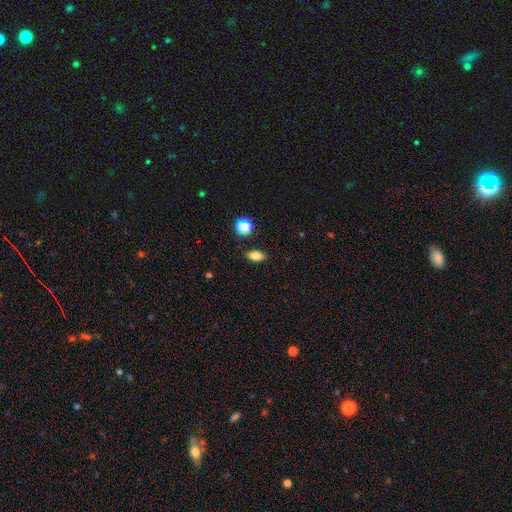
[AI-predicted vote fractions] The model was most divided on "smooth or featured": smooth: 77%, star or artifact: 13%, featured or disk: 9%. More confident: merging — none (87%); how rounded — in between (84%).